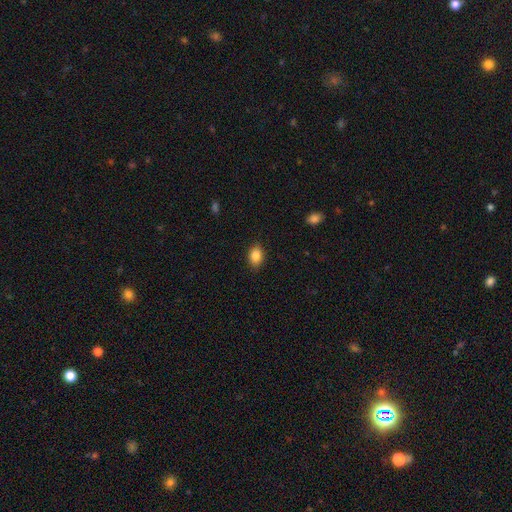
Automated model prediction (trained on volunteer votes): Smooth or featured? smooth (86%)
How rounded? in between (76%)
Merging? none (87%)